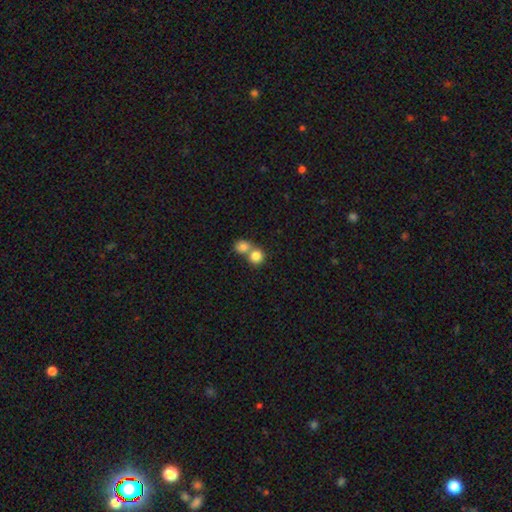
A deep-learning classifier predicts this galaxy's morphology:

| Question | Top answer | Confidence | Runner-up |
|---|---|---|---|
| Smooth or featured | smooth | 82% | star or artifact (10%) |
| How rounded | round | 85% | in between (14%) |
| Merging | merger | 54% | none (39%) |